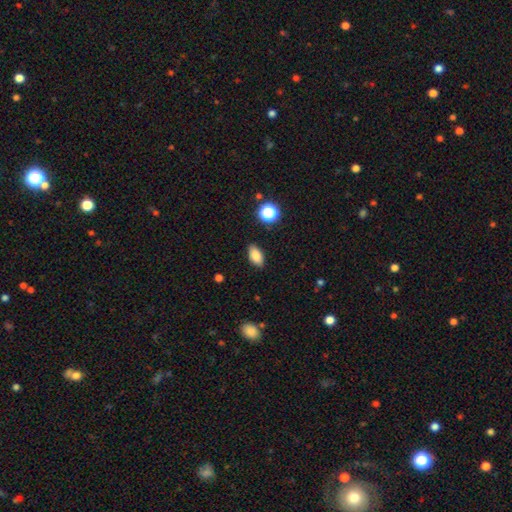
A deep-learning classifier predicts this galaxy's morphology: smooth 83%, star or artifact 10%, featured or disk 7%. Down the decision tree: how rounded — in between (89%); merging — none (87%).